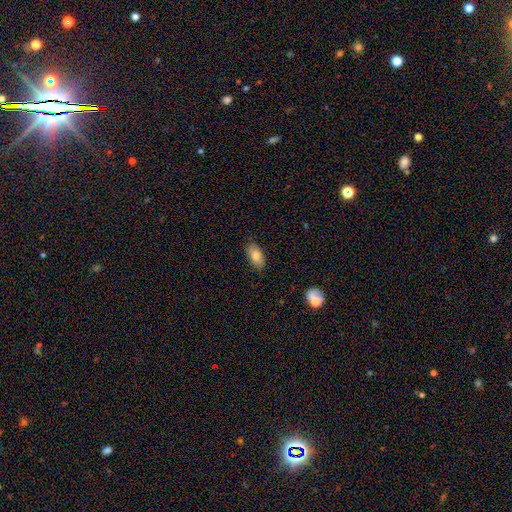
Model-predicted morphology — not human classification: Smooth or featured?
  - smooth: 81% *
  - featured or disk: 12%
  - star or artifact: 7%
How rounded?
  - in between: 93% *
  - cigar-shaped: 4%
  - round: 4%
Merging?
  - none: 82% *
  - minor disturbance: 15%
  - major disturbance: 2%
  - merger: 1%